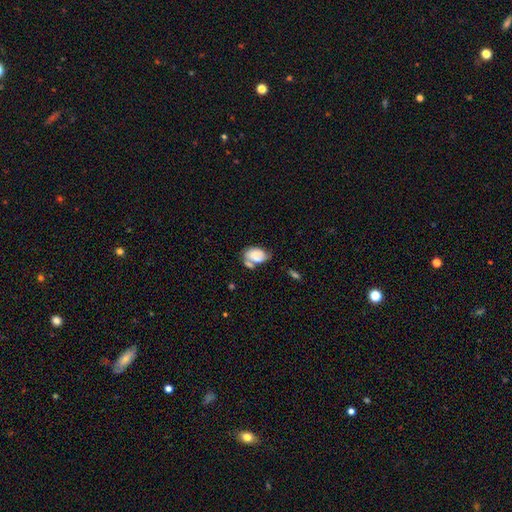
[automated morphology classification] Q: Smooth or featured?
A: smooth (67%); runner-up: featured or disk (24%)
Q: How rounded?
A: in between (85%); runner-up: round (14%)
Q: Merging?
A: none (35%); runner-up: merger (29%)